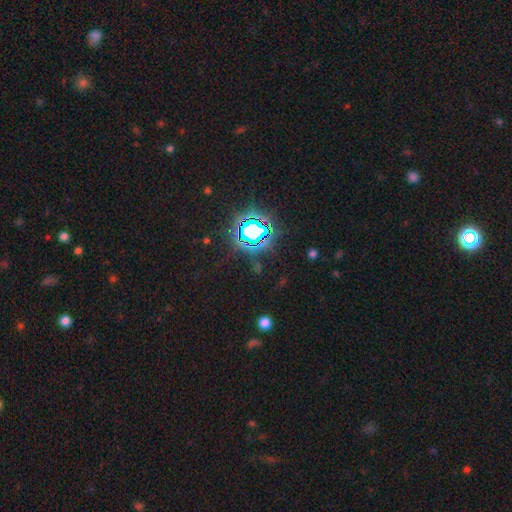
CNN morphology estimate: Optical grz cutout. It shows a star or artifact, not a galaxy (82%).